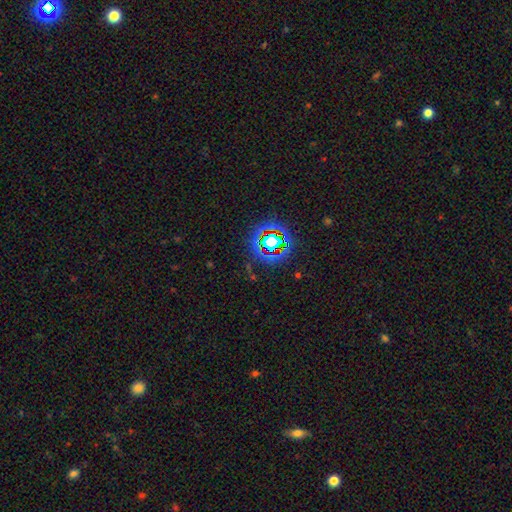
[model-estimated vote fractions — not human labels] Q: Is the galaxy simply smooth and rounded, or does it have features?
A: star or artifact — 72%.